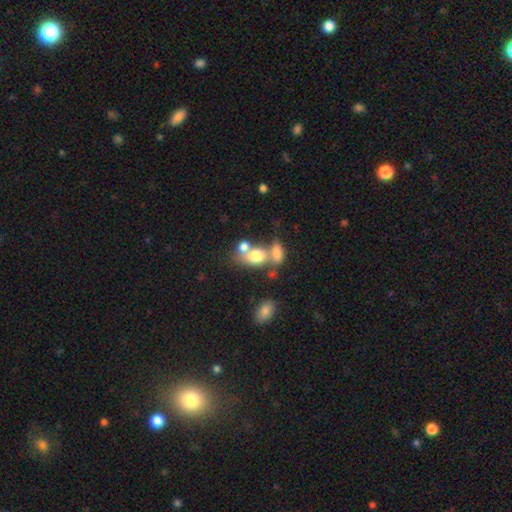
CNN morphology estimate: A smooth galaxy with no disk features (72%) that is in between round and cigar-shaped (71%). Merging: merger (54%).